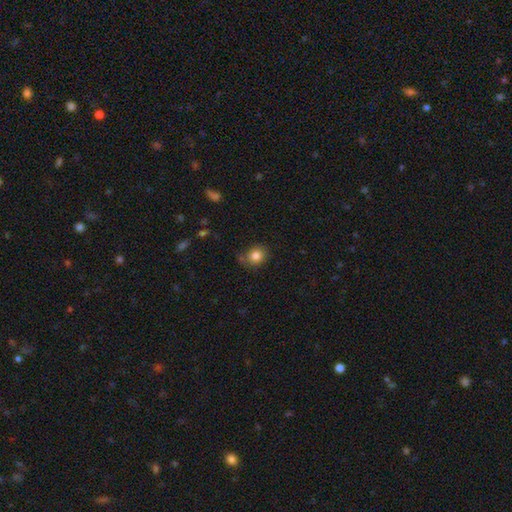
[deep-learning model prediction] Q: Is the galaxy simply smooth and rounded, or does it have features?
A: smooth — 83%.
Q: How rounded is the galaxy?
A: round — 69%.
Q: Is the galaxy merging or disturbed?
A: none — 74%.